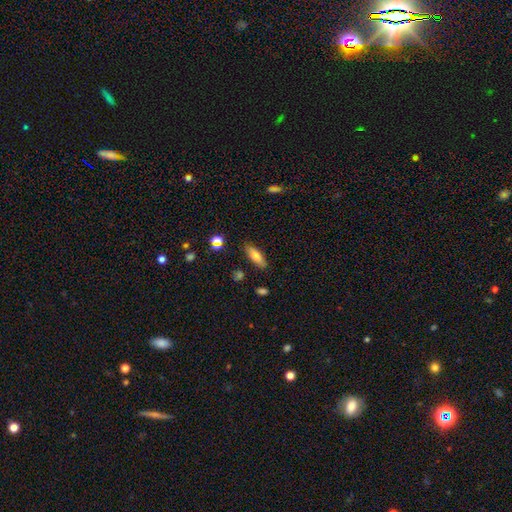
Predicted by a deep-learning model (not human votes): smooth 74%, featured or disk 17%, star or artifact 9%. Down the decision tree: how rounded — in between (62%); merging — none (84%).